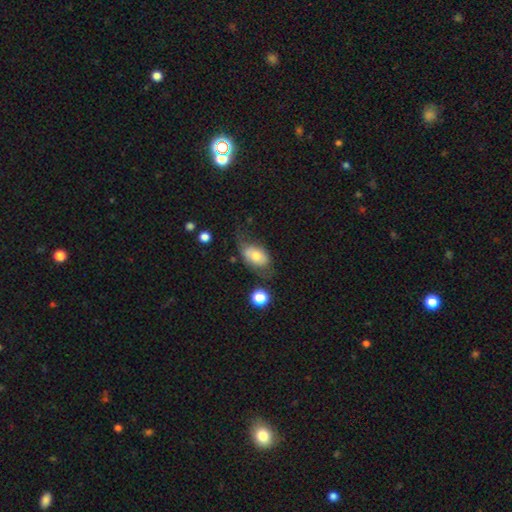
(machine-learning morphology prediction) Smooth or featured: smooth — 64% (featured or disk — 28%)
How rounded: in between — 85% (round — 13%)
Merging: none — 43% (minor disturbance — 32%)